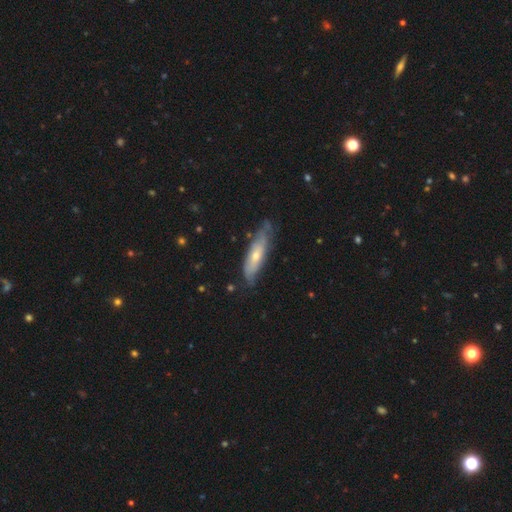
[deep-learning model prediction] Q: Smooth or featured?
A: featured or disk (53%); runner-up: smooth (41%)
Q: Edge-on disk?
A: no (58%); runner-up: yes (42%)
Q: Merging?
A: none (63%); runner-up: minor disturbance (28%)